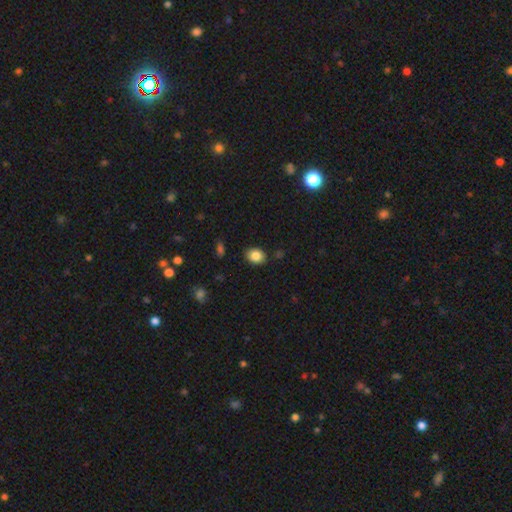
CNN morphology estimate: Smooth or featured: smooth — 86% (star or artifact — 9%)
How rounded: in between — 57% (round — 43%)
Merging: none — 86% (minor disturbance — 10%)